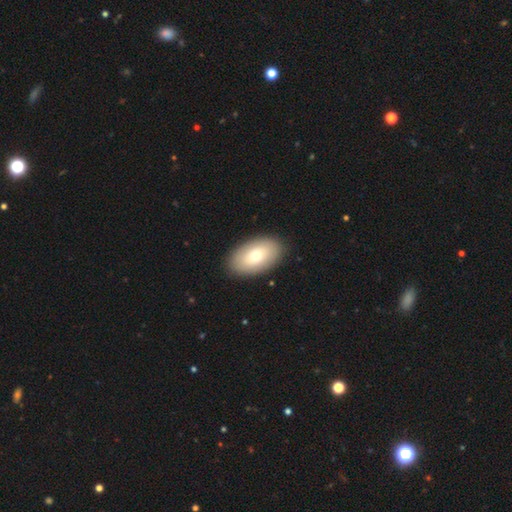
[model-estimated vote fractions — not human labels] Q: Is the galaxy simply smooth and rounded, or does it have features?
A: smooth — 72%.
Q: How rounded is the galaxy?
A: in between — 93%.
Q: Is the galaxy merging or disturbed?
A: none — 89%.